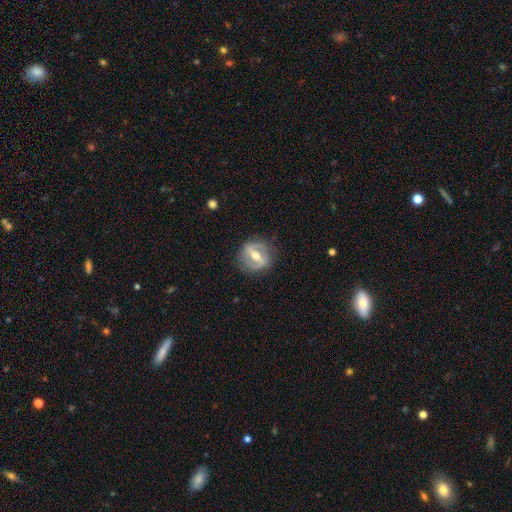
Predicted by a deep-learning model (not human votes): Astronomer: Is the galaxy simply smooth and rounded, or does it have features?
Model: featured or disk — 76%.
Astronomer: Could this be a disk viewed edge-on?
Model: no — 91%.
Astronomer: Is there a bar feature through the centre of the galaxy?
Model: strong — 67%.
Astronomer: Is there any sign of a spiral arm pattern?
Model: yes — 60% (runner-up: no, 40%).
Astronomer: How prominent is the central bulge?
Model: moderate — 73%.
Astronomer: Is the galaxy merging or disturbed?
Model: none — 81%.